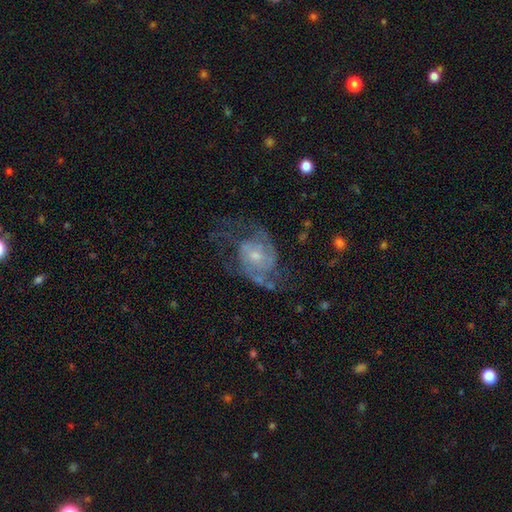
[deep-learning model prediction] smooth_or_featured: featured or disk (p=0.82) [alt: smooth p=0.11]
disk_edge_on: no (p=0.97) [alt: yes p=0.03]
bar: no (p=0.62) [alt: weak p=0.33]
has_spiral_arms: yes (p=0.90) [alt: no p=0.10]
spiral_winding: medium (p=0.50) [alt: loose p=0.26]
spiral_arm_count: 2 (p=0.68) [alt: can't tell p=0.15]
bulge_size: small (p=0.55) [alt: moderate p=0.37]
merging: none (p=0.50) [alt: major disturbance p=0.27]